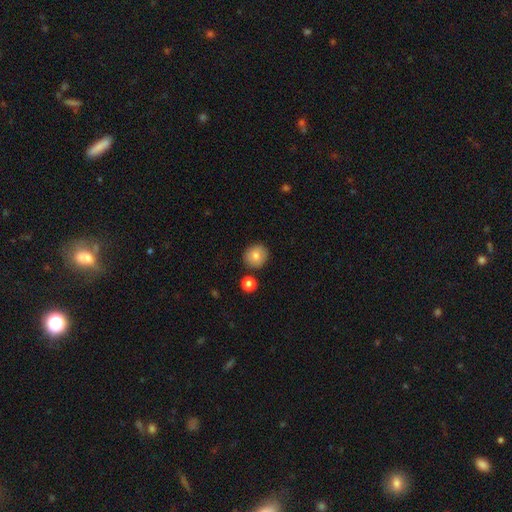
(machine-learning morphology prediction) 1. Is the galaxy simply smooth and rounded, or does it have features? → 81% smooth, 10% featured or disk, 9% star or artifact.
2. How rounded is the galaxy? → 89% round, 10% in between, 1% cigar-shaped.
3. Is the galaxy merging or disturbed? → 86% none, 8% minor disturbance, 4% merger, 2% major disturbance.